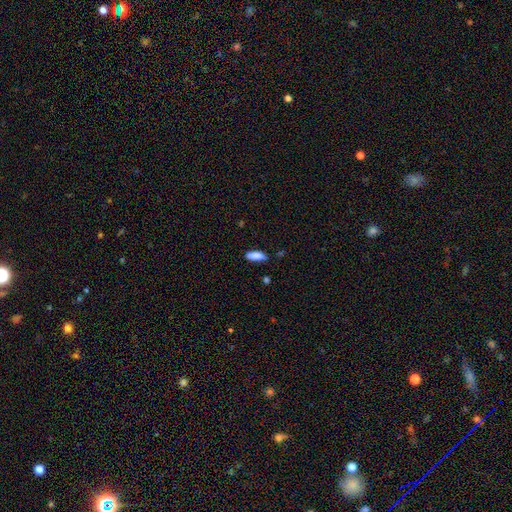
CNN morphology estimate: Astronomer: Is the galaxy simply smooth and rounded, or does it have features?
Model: smooth — 87%.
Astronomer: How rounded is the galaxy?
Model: in between — 68%.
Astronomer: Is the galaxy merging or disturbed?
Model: none — 76%.